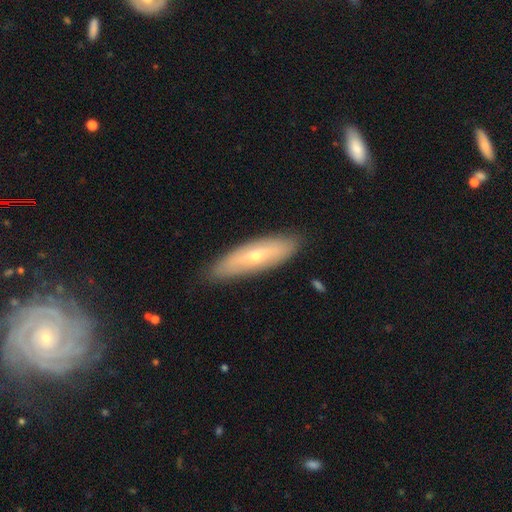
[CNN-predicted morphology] Q: Smooth or featured?
A: smooth (49%); runner-up: featured or disk (45%)
Q: Merging?
A: none (85%); runner-up: minor disturbance (11%)